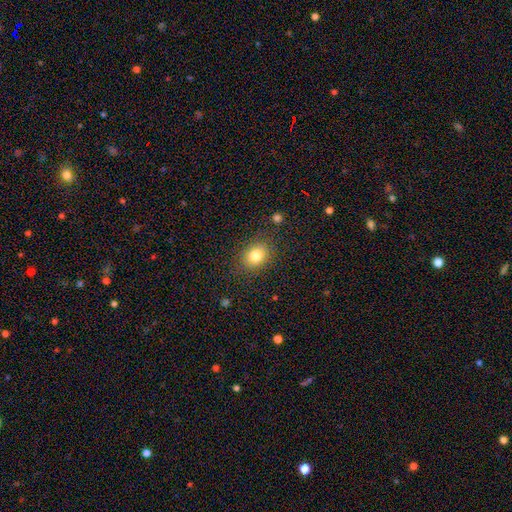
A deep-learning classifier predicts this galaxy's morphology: A smooth galaxy with no disk features (80%) that is in between round and cigar-shaped (53%). Merging: none (84%).